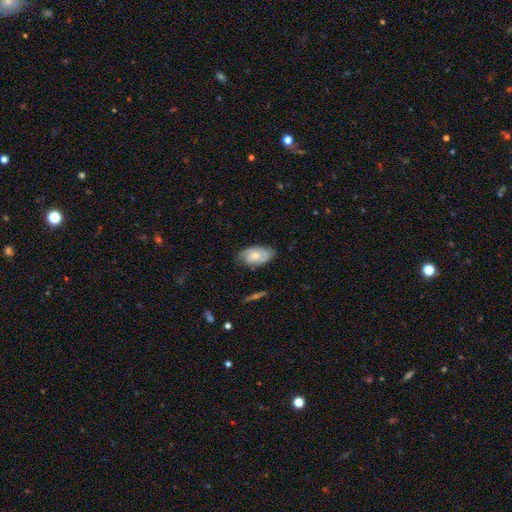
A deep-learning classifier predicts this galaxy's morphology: Smooth or featured? Predicted: smooth (p=0.53). How rounded? Predicted: in between (p=0.92). Merging? Predicted: none (p=0.72).